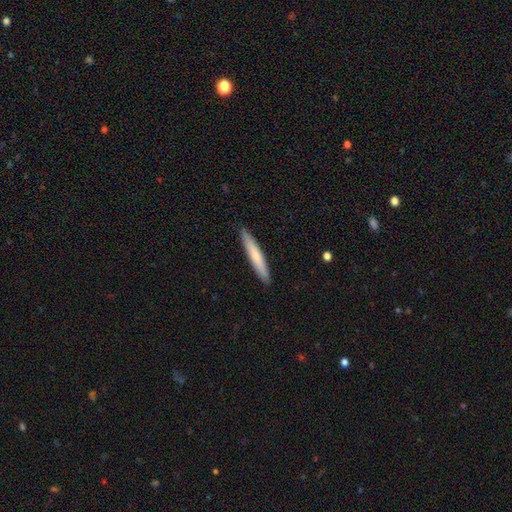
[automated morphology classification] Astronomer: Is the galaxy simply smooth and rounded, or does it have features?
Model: smooth — 69%.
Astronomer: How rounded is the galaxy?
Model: cigar-shaped — 95%.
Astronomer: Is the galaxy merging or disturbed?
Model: none — 91%.